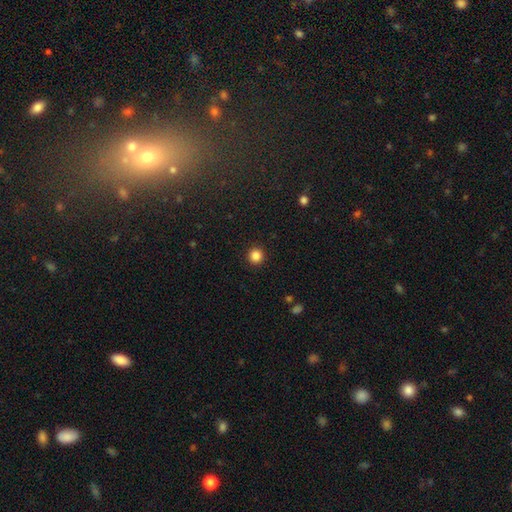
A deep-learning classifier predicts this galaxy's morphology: This is clearly a smooth galaxy (86%). How rounded: clearly round (95%). Merging: clearly none (93%).